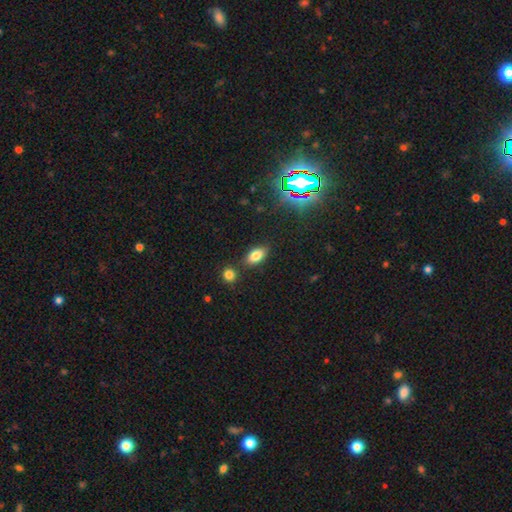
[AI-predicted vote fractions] A smooth galaxy with no disk features (78%) that is in between round and cigar-shaped (87%). Merging: none (79%).